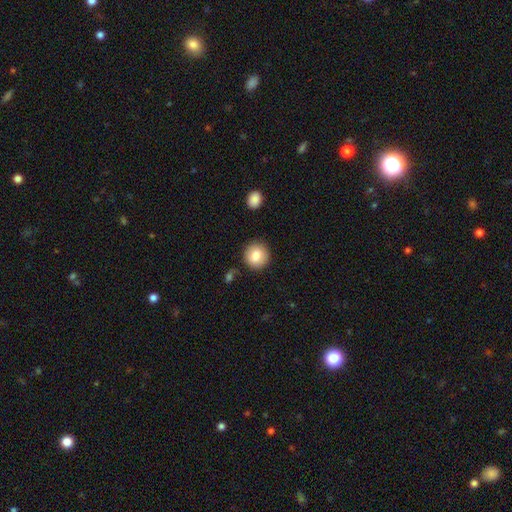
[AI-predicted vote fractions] smooth-or-featured: smooth: 84% | star or artifact: 8% | featured or disk: 8%
  how-rounded: round: 92% | in between: 7% | cigar-shaped: 1%
  merging: none: 87% | minor disturbance: 8% | merger: 2% | major disturbance: 2%